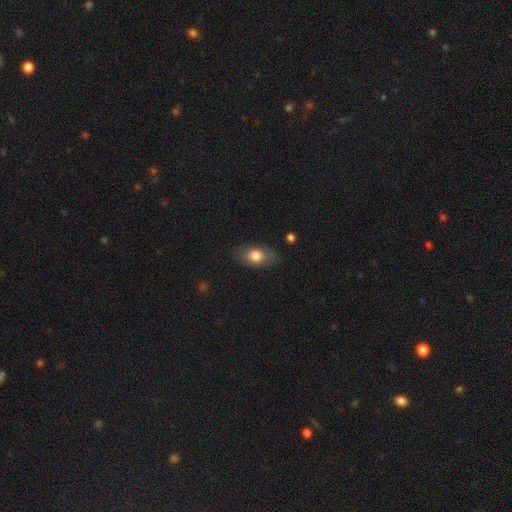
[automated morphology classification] smooth 77%, featured or disk 15%, star or artifact 8%. Down the decision tree: how rounded — in between (87%); merging — none (79%).